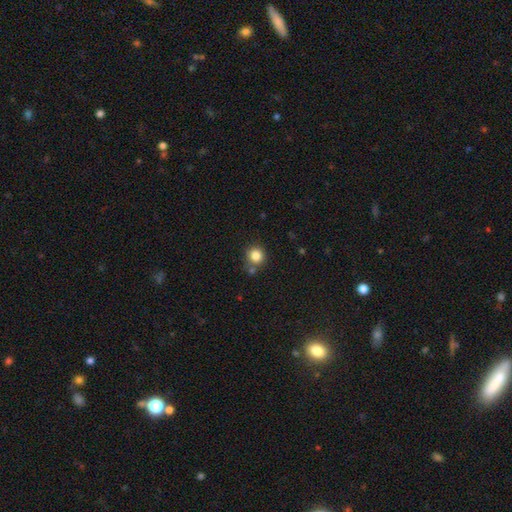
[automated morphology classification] The model was most divided on "merging": none: 75%, merger: 11%, minor disturbance: 11%, major disturbance: 3%. More confident: how rounded — round (92%); smooth or featured — smooth (83%).